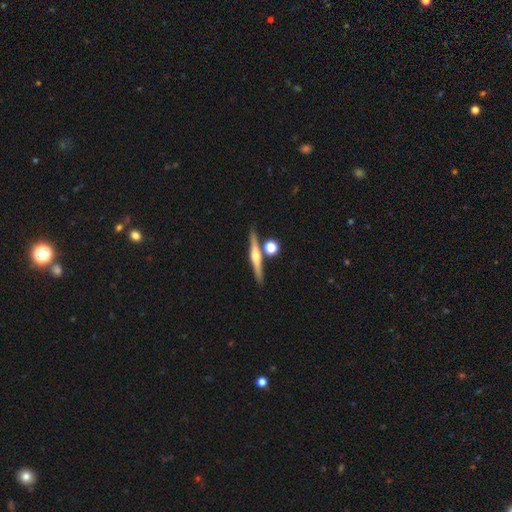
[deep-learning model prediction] smooth-or-featured: featured or disk: 69% | smooth: 24% | star or artifact: 7%
  disk-edge-on: yes: 97% | no: 3%
    edge-on-bulge: rounded: 91% | none: 5% | boxy: 4%
  merging: none: 80% | merger: 10% | minor disturbance: 8% | major disturbance: 2%